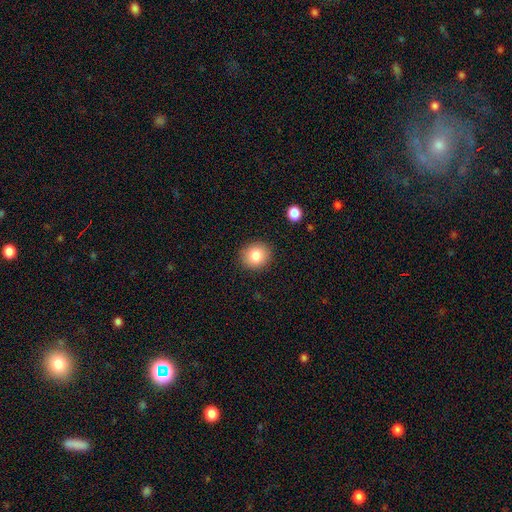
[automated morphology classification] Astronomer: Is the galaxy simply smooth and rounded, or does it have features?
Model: smooth — 83%.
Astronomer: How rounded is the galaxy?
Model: round — 79%.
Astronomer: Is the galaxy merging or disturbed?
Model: none — 89%.